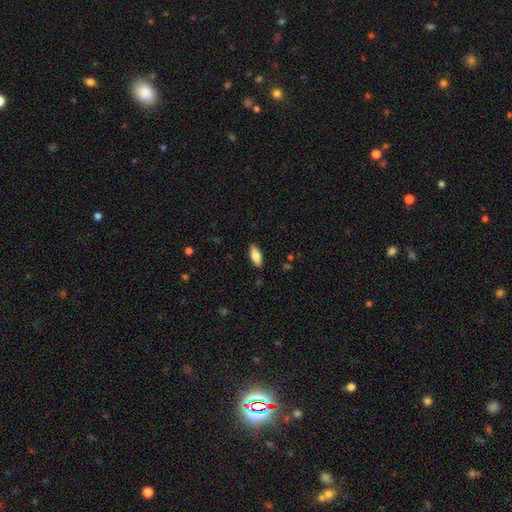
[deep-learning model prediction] This is likely a smooth galaxy (79%). How rounded: likely in between (75%). Merging: clearly none (87%).